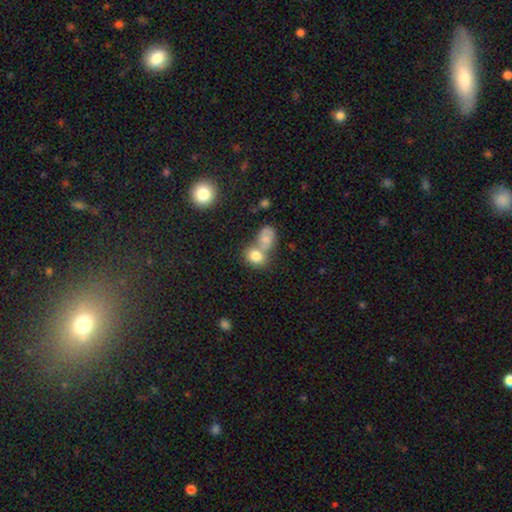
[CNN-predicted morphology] Q: Smooth or featured?
A: smooth (78%); runner-up: featured or disk (11%)
Q: How rounded?
A: in between (52%); runner-up: round (46%)
Q: Merging?
A: merger (54%); runner-up: none (33%)